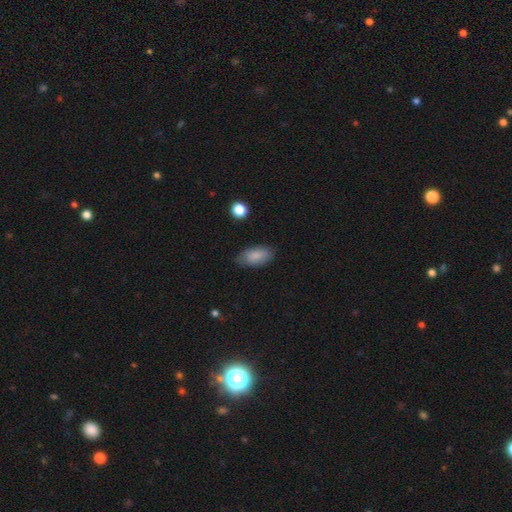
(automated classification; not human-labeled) smooth_or_featured: smooth (p=0.85) [alt: featured or disk p=0.09]
how_rounded: in between (p=0.92) [alt: cigar-shaped p=0.05]
merging: none (p=0.78) [alt: minor disturbance p=0.17]